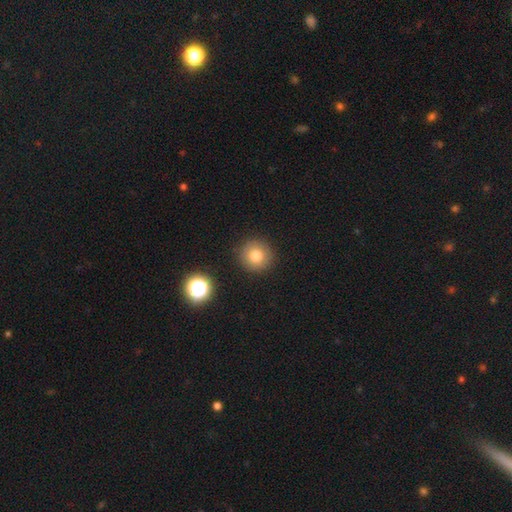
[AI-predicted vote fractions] Smooth or featured: smooth — 80% (star or artifact — 12%)
How rounded: round — 94% (in between — 5%)
Merging: none — 90% (minor disturbance — 6%)